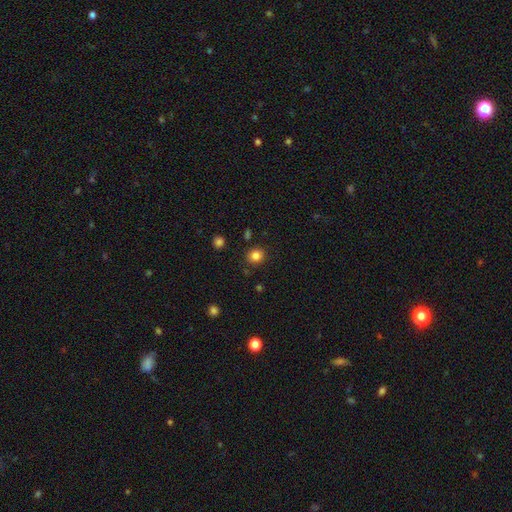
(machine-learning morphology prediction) Smooth or featured: smooth — 83% (star or artifact — 12%)
How rounded: round — 82% (in between — 17%)
Merging: none — 87% (minor disturbance — 8%)